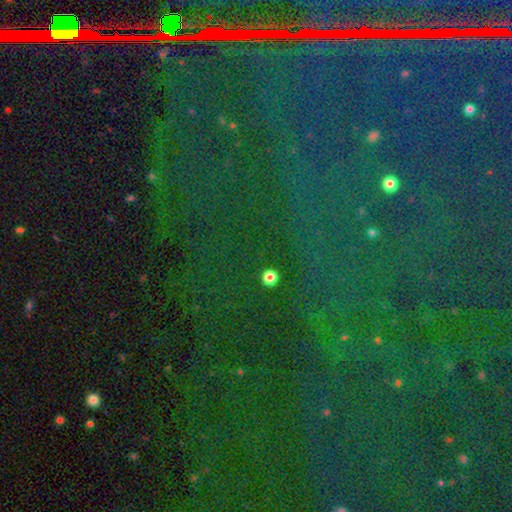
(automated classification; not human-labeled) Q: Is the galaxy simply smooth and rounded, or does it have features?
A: star or artifact — 85%.